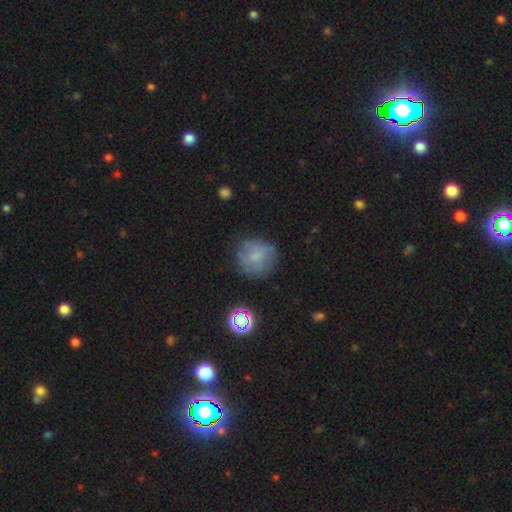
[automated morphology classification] A smooth galaxy with no disk features (61%) that is round (90%).

Vote fractions:
- Smooth or featured? smooth: 61% / featured or disk: 25% / star or artifact: 14%
- How rounded? round: 90% / in between: 9% / cigar-shaped: 1%
- Merging? none: 72% / minor disturbance: 19% / major disturbance: 7% / merger: 2%